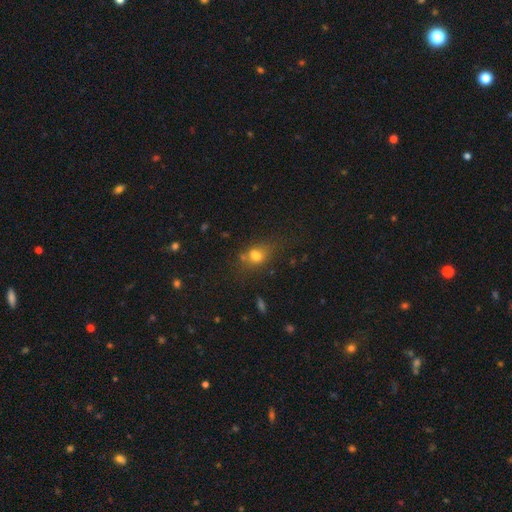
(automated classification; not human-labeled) Overall: smooth (71%). How rounded: in between (60%; round 37%). Merging: none (50%; minor disturbance 22%).